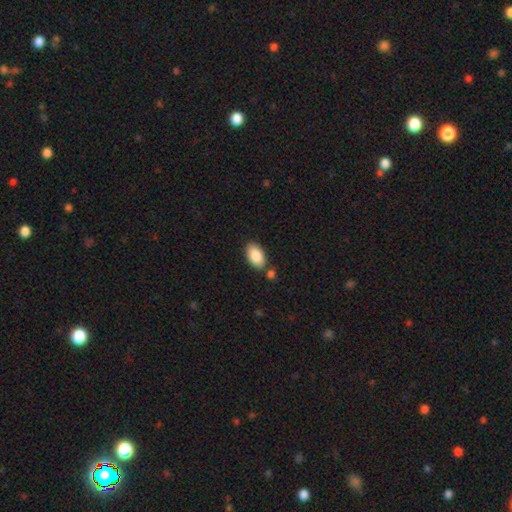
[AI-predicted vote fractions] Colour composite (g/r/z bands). It shows a smooth galaxy with no disk features (88%) that is in between round and cigar-shaped (95%). Merging: none (77%).